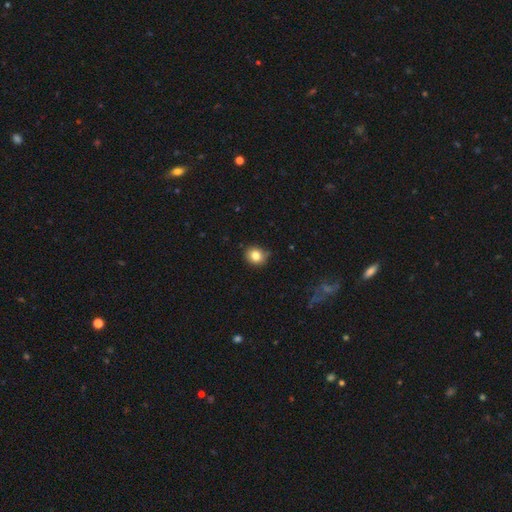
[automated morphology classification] A smooth galaxy with no disk features (82%) that is round (79%).

Vote fractions:
- Smooth or featured? smooth: 82% / star or artifact: 11% / featured or disk: 8%
- How rounded? round: 79% / in between: 20% / cigar-shaped: 1%
- Merging? none: 81% / minor disturbance: 15% / major disturbance: 2% / merger: 1%